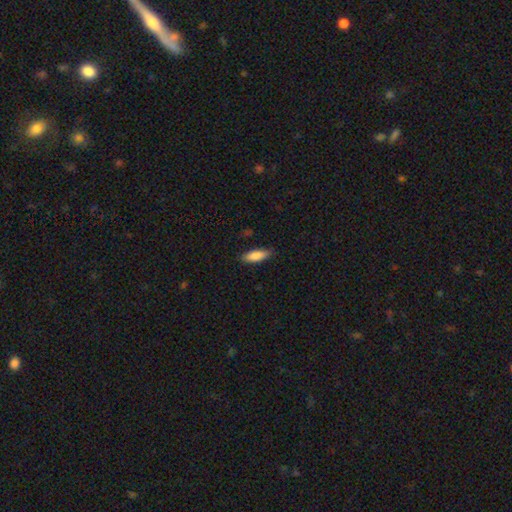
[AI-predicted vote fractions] Smooth or featured?
  - smooth: 84% *
  - featured or disk: 10%
  - star or artifact: 6%
How rounded?
  - in between: 57% *
  - cigar-shaped: 42%
  - round: 2%
Merging?
  - none: 84% *
  - minor disturbance: 12%
  - major disturbance: 2%
  - merger: 1%